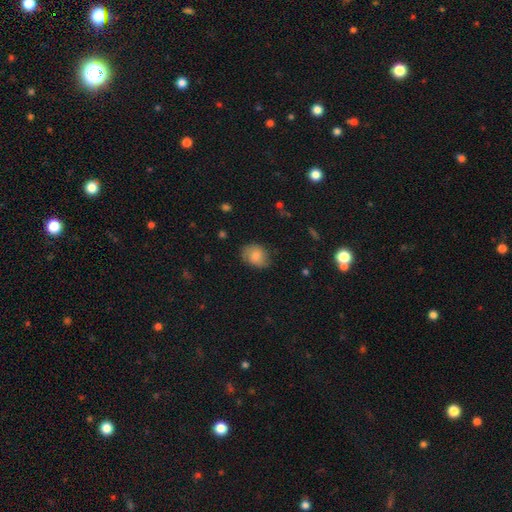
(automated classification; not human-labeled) This appears to be a smooth galaxy with no disk features (75%) that is in between round and cigar-shaped (60%). Merging: none (72%).